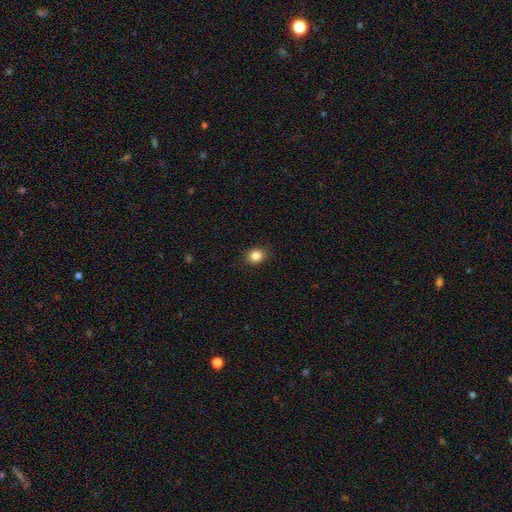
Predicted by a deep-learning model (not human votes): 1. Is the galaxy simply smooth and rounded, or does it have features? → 85% smooth, 10% star or artifact, 5% featured or disk.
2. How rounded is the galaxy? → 59% round, 40% in between, 1% cigar-shaped.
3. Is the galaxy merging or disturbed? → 89% none, 8% minor disturbance, 2% major disturbance, 1% merger.